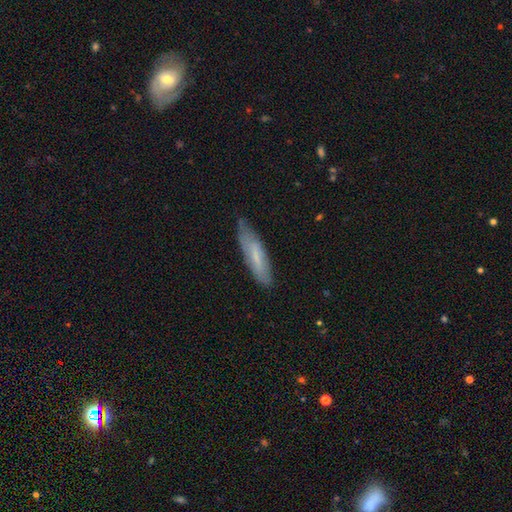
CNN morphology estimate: A smooth galaxy with no disk features (58%) that is cigar-shaped (68%).

Vote fractions:
- Smooth or featured? smooth: 58% / featured or disk: 35% / star or artifact: 7%
- How rounded? cigar-shaped: 68% / in between: 31% / round: 1%
- Merging? none: 68% / minor disturbance: 25% / major disturbance: 5% / merger: 2%